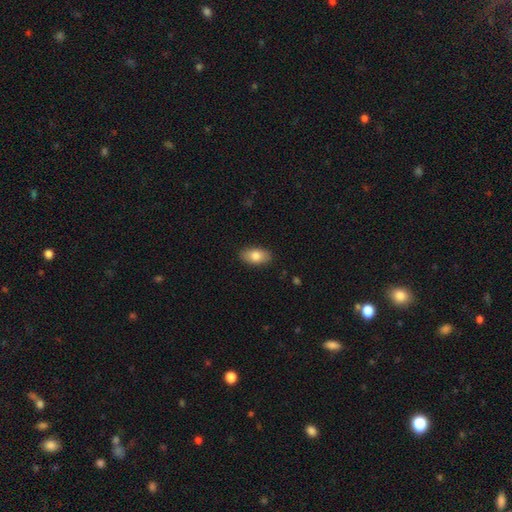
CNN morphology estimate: This appears to be a smooth galaxy with no disk features (81%) that is in between round and cigar-shaped (92%). Merging: none (88%).